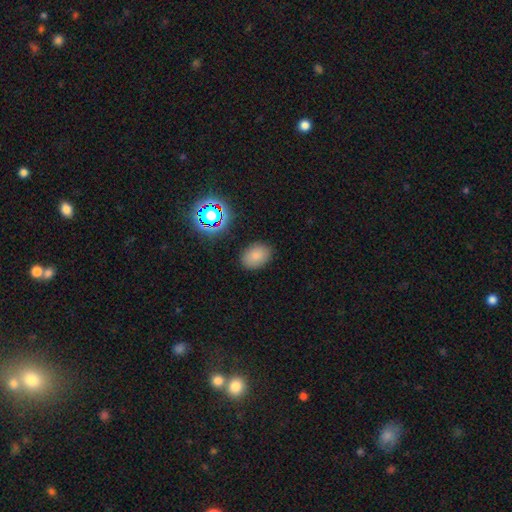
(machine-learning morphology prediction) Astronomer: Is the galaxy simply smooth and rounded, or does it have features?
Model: smooth — 79%.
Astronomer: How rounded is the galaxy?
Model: in between — 80%.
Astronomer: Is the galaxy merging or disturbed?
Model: none — 86%.